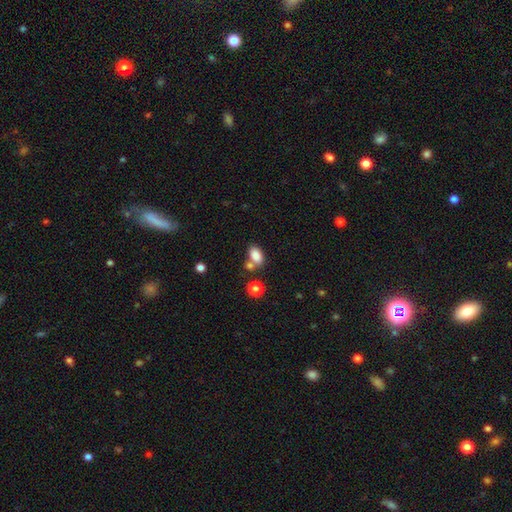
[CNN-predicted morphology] This appears to be a smooth galaxy with no disk features (84%) that is in between round and cigar-shaped (87%). Merging: none (56%).